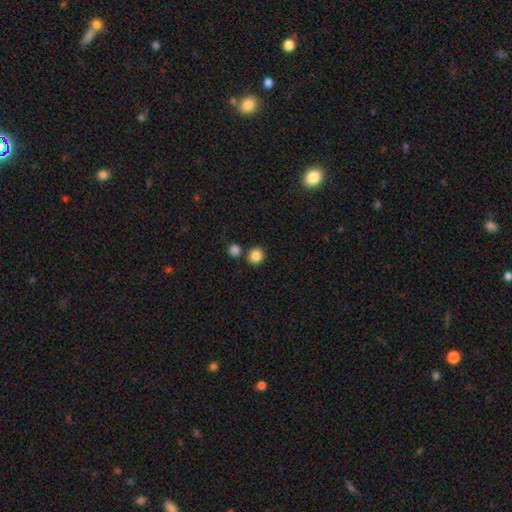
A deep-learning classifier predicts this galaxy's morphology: Overall: smooth (86%). How rounded: round (88%). Merging: none (78%).